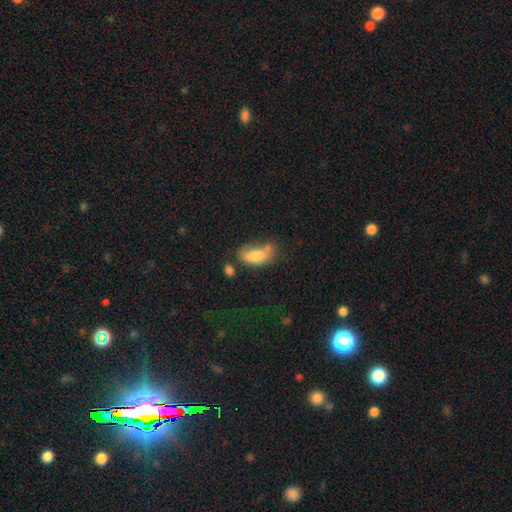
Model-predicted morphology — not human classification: Smooth or featured? Predicted: smooth (p=0.76). How rounded? Predicted: in between (p=0.87). Merging? Predicted: none (p=0.31).